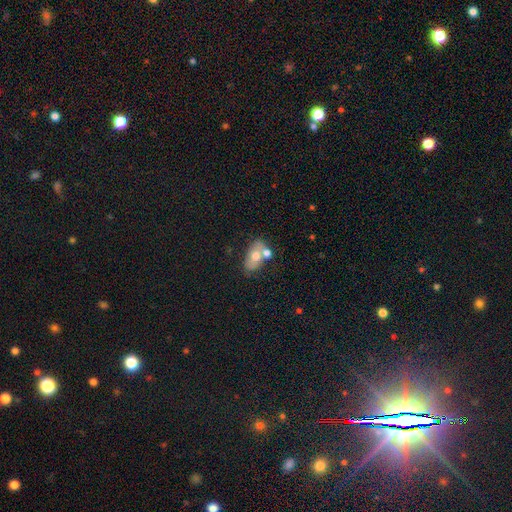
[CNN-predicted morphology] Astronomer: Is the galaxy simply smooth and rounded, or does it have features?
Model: smooth — 60%.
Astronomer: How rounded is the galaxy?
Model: in between — 86%.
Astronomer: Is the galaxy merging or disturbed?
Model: none — 46% (runner-up: merger, 34%).